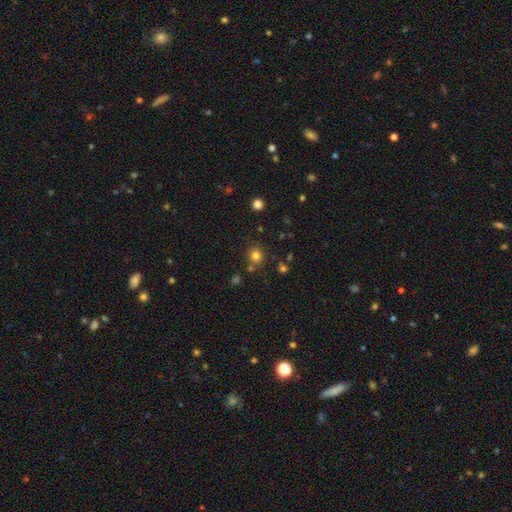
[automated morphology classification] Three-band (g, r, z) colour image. It shows a smooth galaxy with no disk features (79%) that is round (88%). Merging: none (80%).